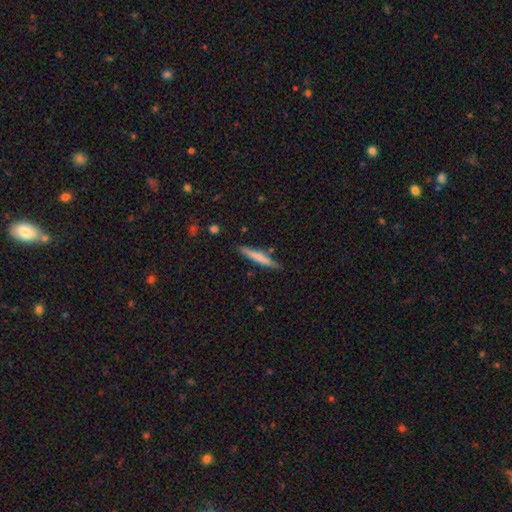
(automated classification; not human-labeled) Morphology: type=smooth (62%); roundness=cigar-shaped (95%); merging=none (87%).